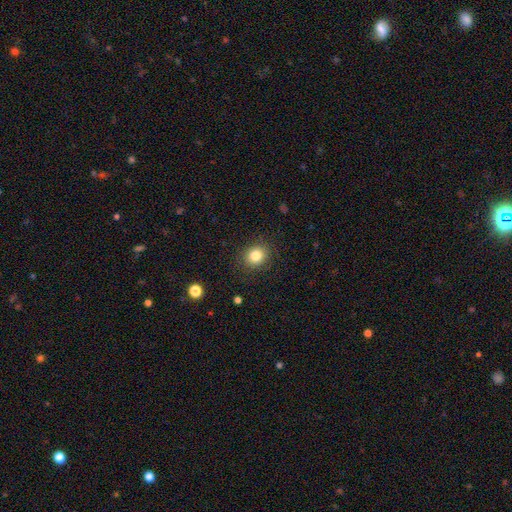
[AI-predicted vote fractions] Smooth or featured? Predicted: smooth (p=0.82). How rounded? Predicted: round (p=0.73). Merging? Predicted: none (p=0.88).